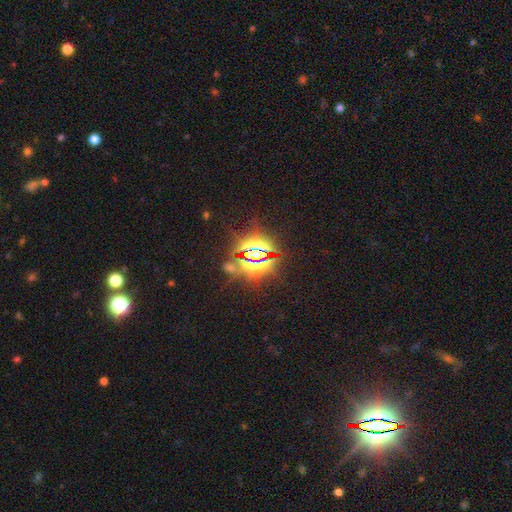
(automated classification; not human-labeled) Smooth or featured? star or artifact (82%)